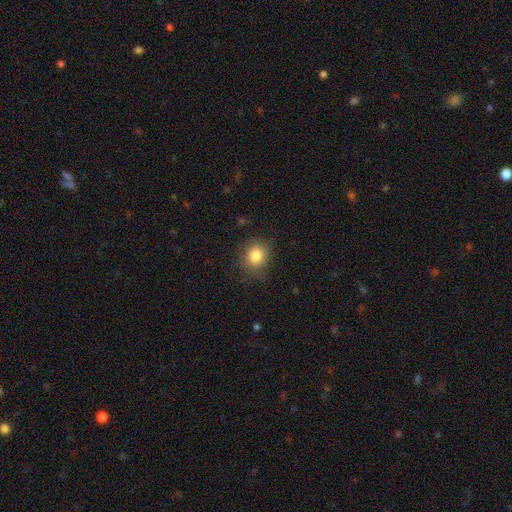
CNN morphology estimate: Smooth or featured?
  - smooth: 83% *
  - star or artifact: 11%
  - featured or disk: 6%
How rounded?
  - round: 78% *
  - in between: 21%
  - cigar-shaped: 1%
Merging?
  - none: 80% *
  - minor disturbance: 15%
  - major disturbance: 4%
  - merger: 1%